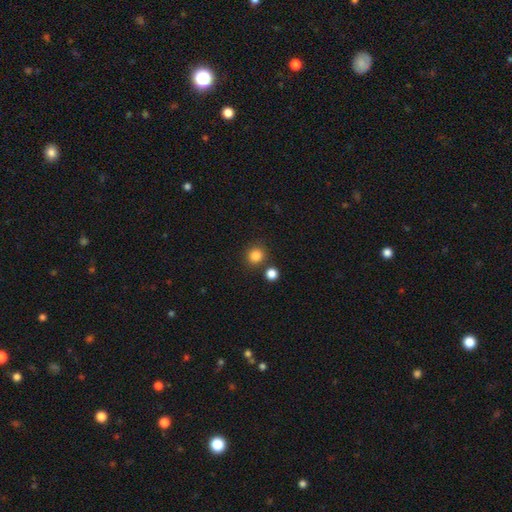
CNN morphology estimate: Smooth or featured: smooth — 84% (star or artifact — 12%)
How rounded: round — 88% (in between — 11%)
Merging: none — 81% (merger — 9%)